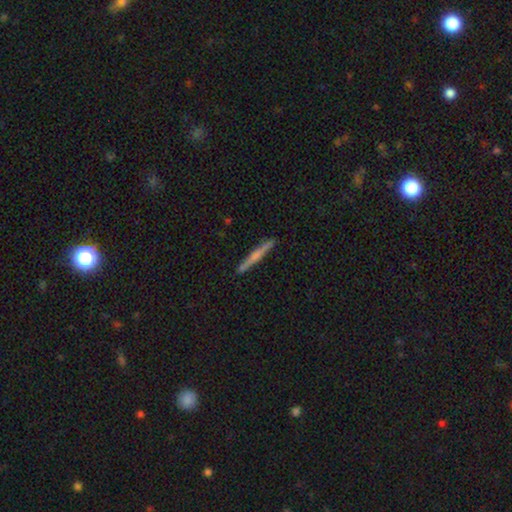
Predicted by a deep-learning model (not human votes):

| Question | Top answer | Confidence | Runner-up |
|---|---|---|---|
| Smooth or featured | featured or disk | 58% | smooth (36%) |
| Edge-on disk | yes | 98% | no (2%) |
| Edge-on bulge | rounded | 59% | none (29%) |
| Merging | none | 91% | minor disturbance (6%) |